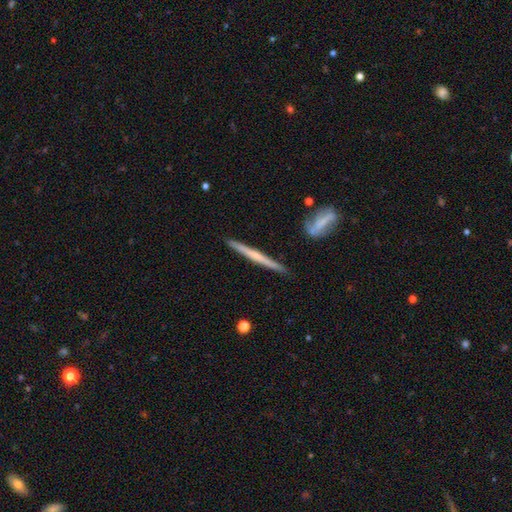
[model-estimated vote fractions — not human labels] Morphology: type=featured or disk (60%); edge-on=yes (97%); edge-on bulge=none (61%); merging=none (89%).